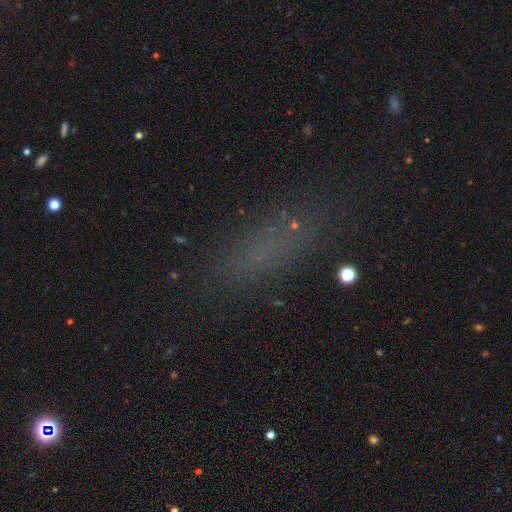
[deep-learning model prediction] Smooth or featured? Predicted: smooth (p=0.59). How rounded? Predicted: in between (p=0.48). Merging? Predicted: none (p=0.72).